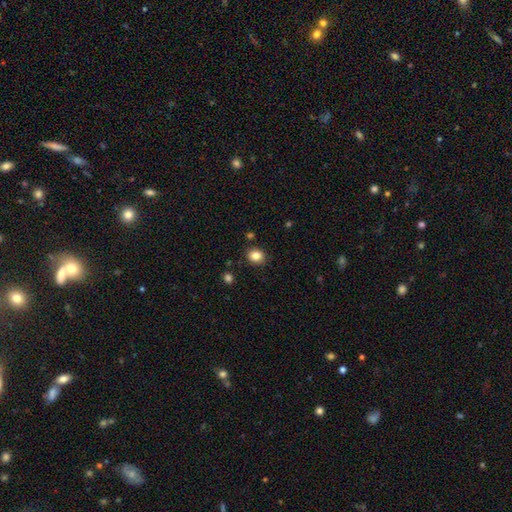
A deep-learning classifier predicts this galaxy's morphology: Smooth or featured? smooth (84%)
How rounded? round (61%)
Merging? none (87%)